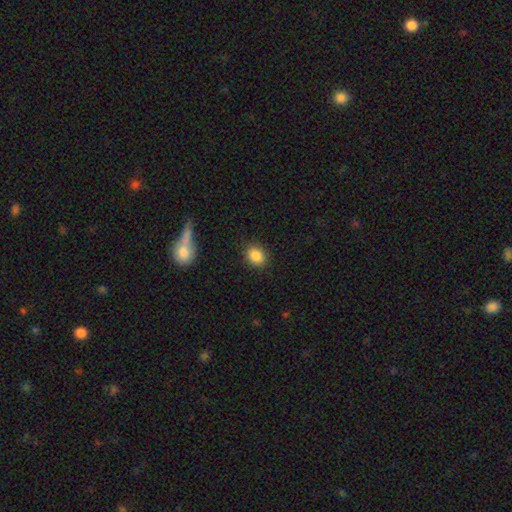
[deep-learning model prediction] Smooth or featured? smooth (87%)
How rounded? round (56%)
Merging? none (86%)